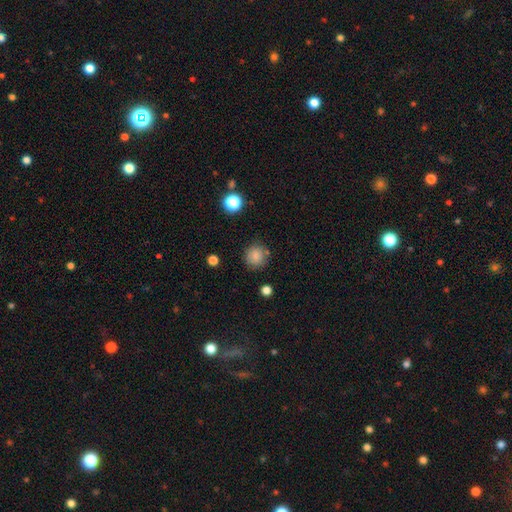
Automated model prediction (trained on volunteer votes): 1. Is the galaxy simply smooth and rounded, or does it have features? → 82% smooth, 11% star or artifact, 7% featured or disk.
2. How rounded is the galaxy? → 91% round, 8% in between, 1% cigar-shaped.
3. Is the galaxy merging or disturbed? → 82% none, 11% minor disturbance, 4% merger, 3% major disturbance.